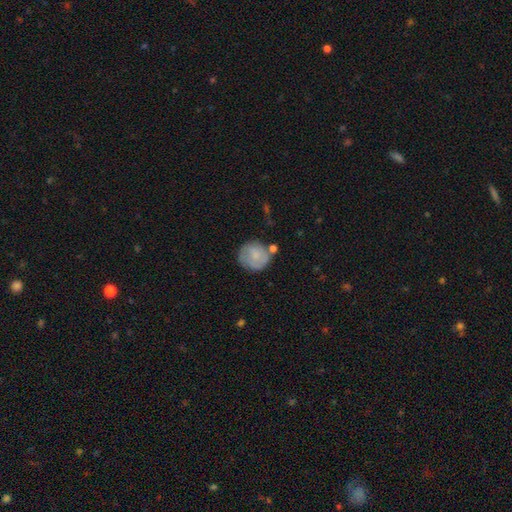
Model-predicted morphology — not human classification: Smooth or featured? smooth (69%)
How rounded? round (87%)
Merging? none (61%)